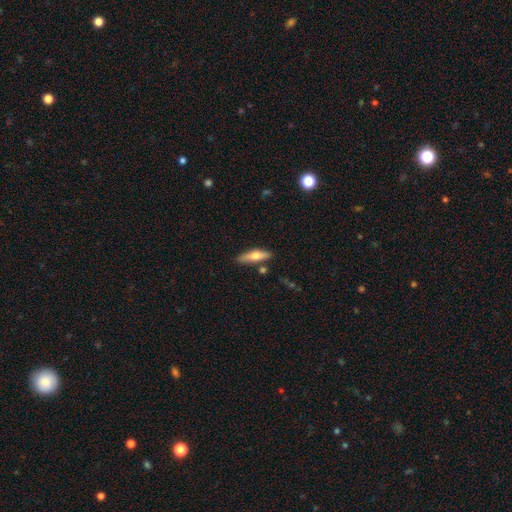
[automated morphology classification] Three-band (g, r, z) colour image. It shows a smooth galaxy with no disk features (55%) that is cigar-shaped (68%). Merging: none (79%).